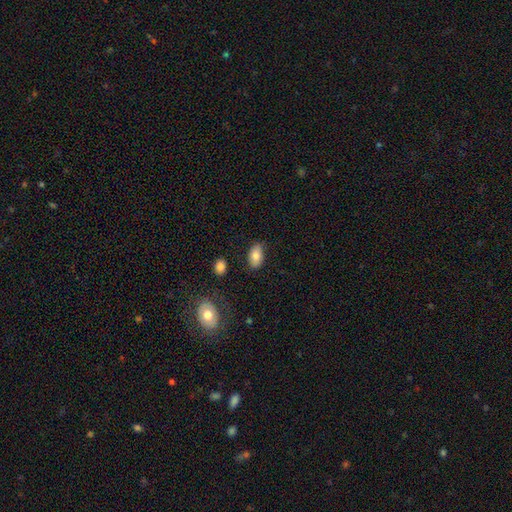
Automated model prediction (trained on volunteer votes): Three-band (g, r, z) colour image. It shows a smooth galaxy with no disk features (82%) that is in between round and cigar-shaped (93%). Merging: none (82%).